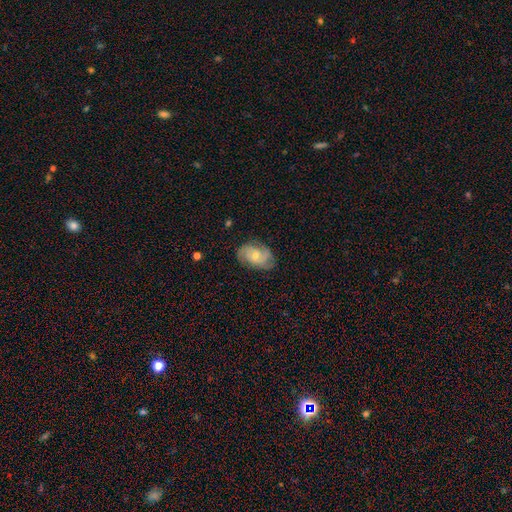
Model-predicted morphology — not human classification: featured or disk 70%, smooth 23%, star or artifact 6%. Down the decision tree: edge-on disk — no (96%); bar — no (61%); spiral arms — yes (92%); spiral arm count — 2 (46%); spiral winding — tight (43%); bulge size — moderate (48%, tied with small); merging — none (73%).